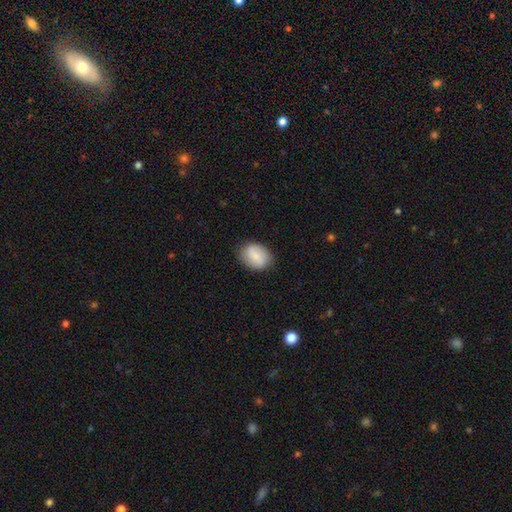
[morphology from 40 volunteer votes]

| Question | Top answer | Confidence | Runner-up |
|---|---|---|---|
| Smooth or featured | smooth | 80% | featured or disk (15%) |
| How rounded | round | 50% | tied: in between (50%) |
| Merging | none | 79% | minor disturbance (16%) |